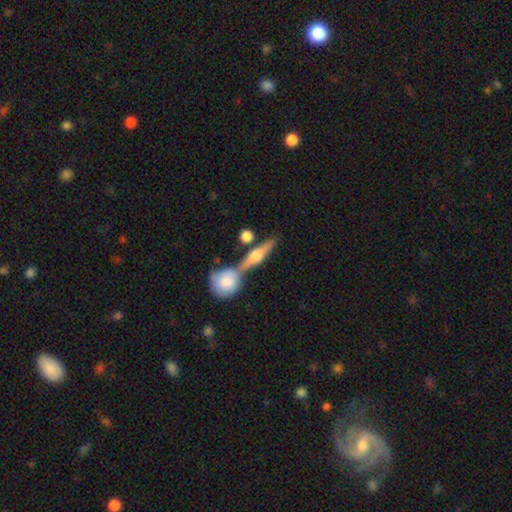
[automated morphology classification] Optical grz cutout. It shows a featured or disk galaxy (62%) viewed edge-on (93%) with a rounded central bulge (92%). Merging: none (65%).